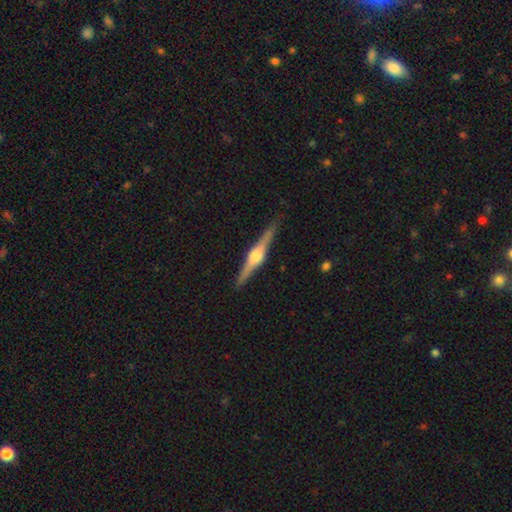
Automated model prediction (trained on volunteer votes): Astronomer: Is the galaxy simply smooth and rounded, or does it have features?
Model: featured or disk — 83%.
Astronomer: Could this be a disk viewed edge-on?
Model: yes — 98%.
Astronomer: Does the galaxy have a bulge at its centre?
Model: rounded — 88%.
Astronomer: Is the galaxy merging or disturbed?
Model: none — 90%.